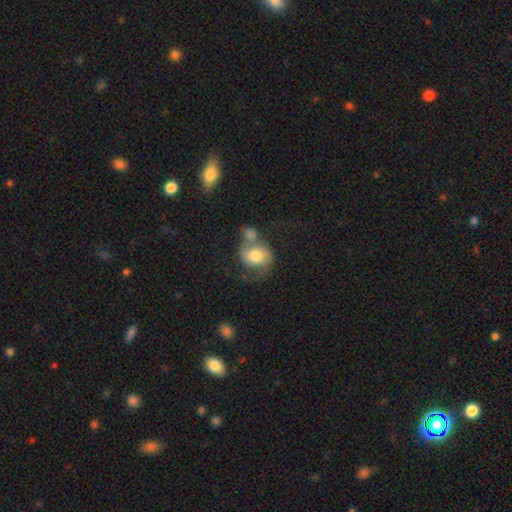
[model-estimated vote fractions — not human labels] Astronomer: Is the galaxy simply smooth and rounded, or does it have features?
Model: smooth — 54% (runner-up: featured or disk, 38%).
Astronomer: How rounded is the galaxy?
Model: round — 56% (runner-up: in between, 43%).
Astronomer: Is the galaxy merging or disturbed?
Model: merger — 41% (runner-up: none, 31%).